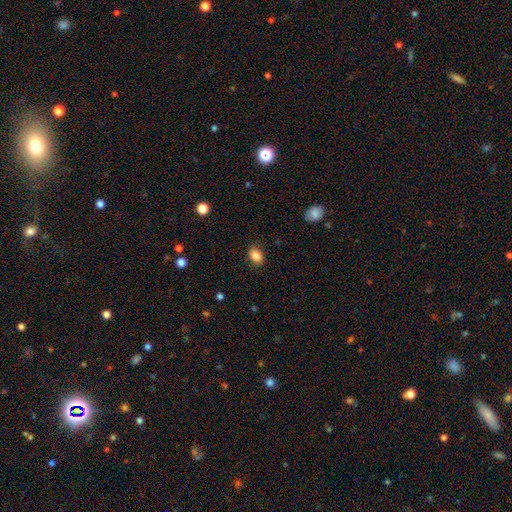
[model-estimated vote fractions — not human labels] Smooth or featured? Predicted: smooth (p=0.86). How rounded? Predicted: in between (p=0.77). Merging? Predicted: none (p=0.85).